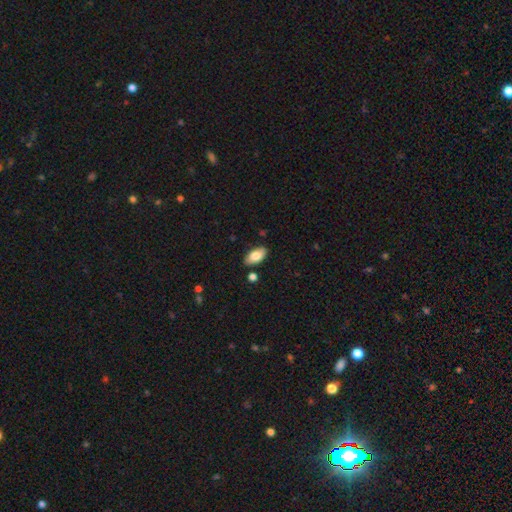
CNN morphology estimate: Q: Smooth or featured?
A: smooth (79%); runner-up: featured or disk (14%)
Q: How rounded?
A: in between (94%); runner-up: cigar-shaped (4%)
Q: Merging?
A: none (85%); runner-up: minor disturbance (10%)